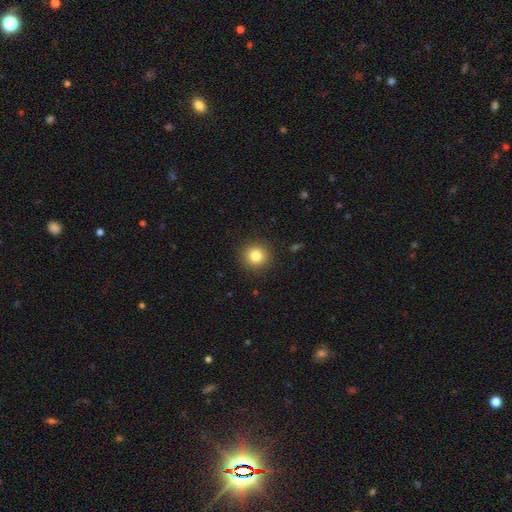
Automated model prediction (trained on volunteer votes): This appears to be a smooth galaxy with no disk features (82%) that is round (93%). Merging: none (91%).